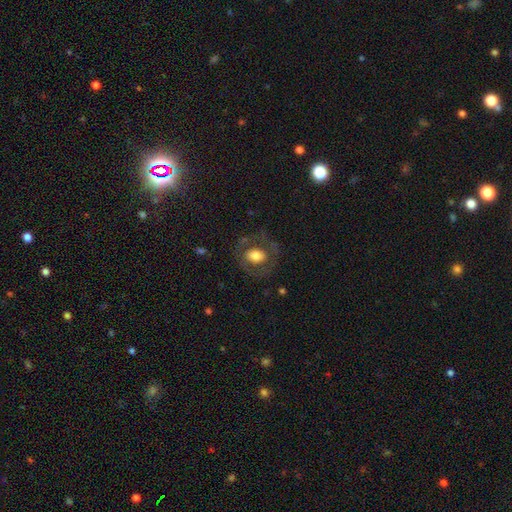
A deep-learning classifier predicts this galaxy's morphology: This appears to be a smooth galaxy with no disk features (56%) that is in between round and cigar-shaped (50%). Merging: none (68%).